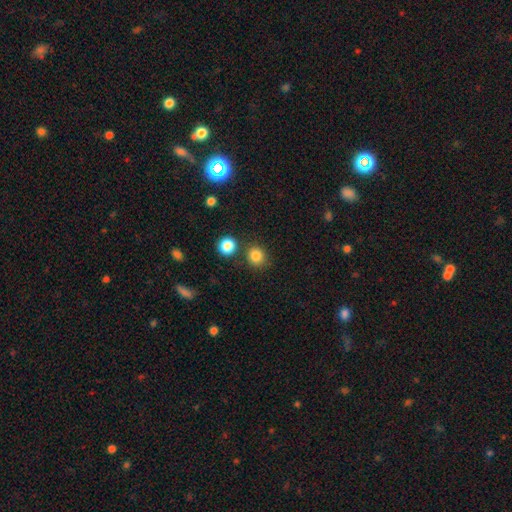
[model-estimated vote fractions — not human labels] Q: Smooth or featured?
A: smooth (83%); runner-up: star or artifact (12%)
Q: How rounded?
A: round (87%); runner-up: in between (12%)
Q: Merging?
A: none (82%); runner-up: minor disturbance (8%)